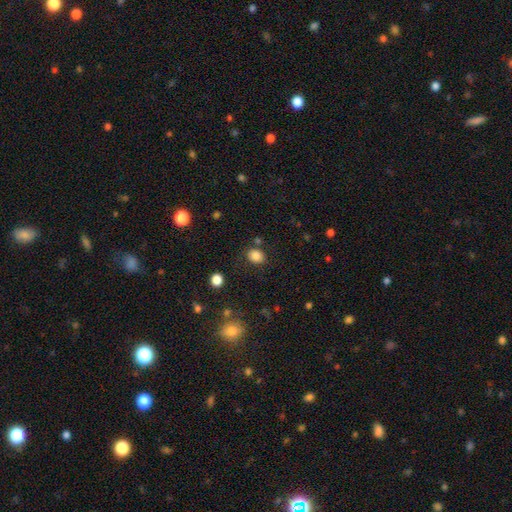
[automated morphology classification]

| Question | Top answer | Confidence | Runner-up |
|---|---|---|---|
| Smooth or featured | smooth | 84% | star or artifact (11%) |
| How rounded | round | 50% | in between (49%) |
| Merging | none | 78% | minor disturbance (12%) |